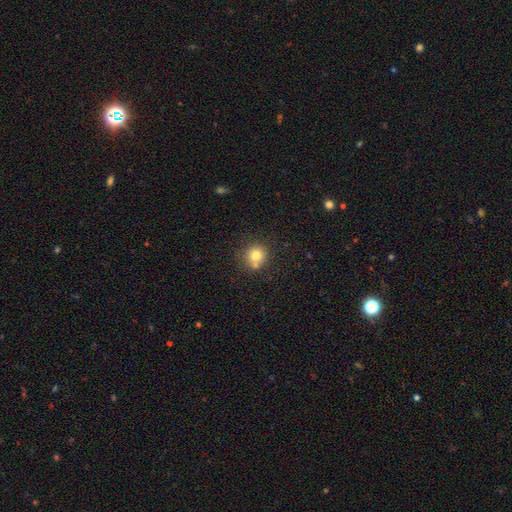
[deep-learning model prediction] Smooth or featured? smooth (77%)
How rounded? round (91%)
Merging? none (69%)